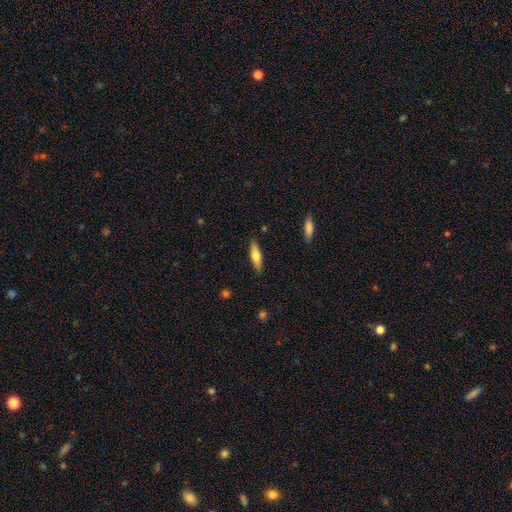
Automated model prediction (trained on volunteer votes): Q: Smooth or featured?
A: smooth (67%); runner-up: featured or disk (27%)
Q: How rounded?
A: cigar-shaped (59%); runner-up: in between (39%)
Q: Merging?
A: none (87%); runner-up: minor disturbance (9%)